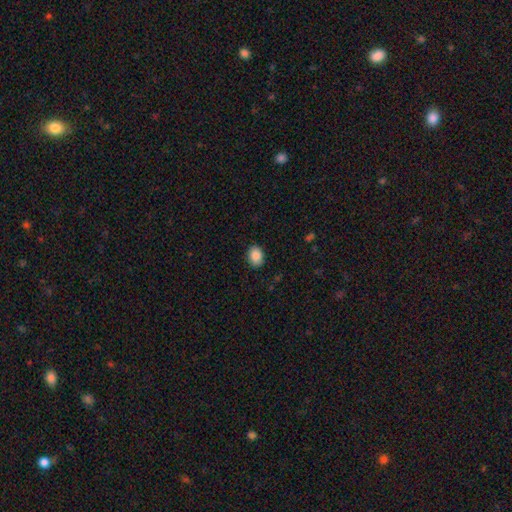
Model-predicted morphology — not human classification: smooth 88%, star or artifact 8%, featured or disk 4%. Down the decision tree: how rounded — in between (64%); merging — none (88%).